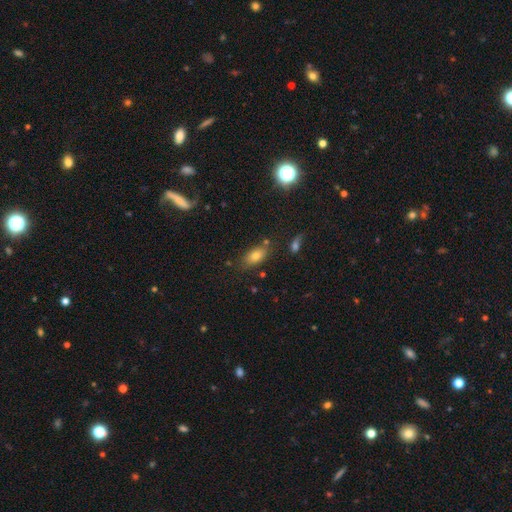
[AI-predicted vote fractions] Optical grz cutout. It shows a smooth galaxy with no disk features (76%) that is in between round and cigar-shaped (84%). Merging: none (75%).